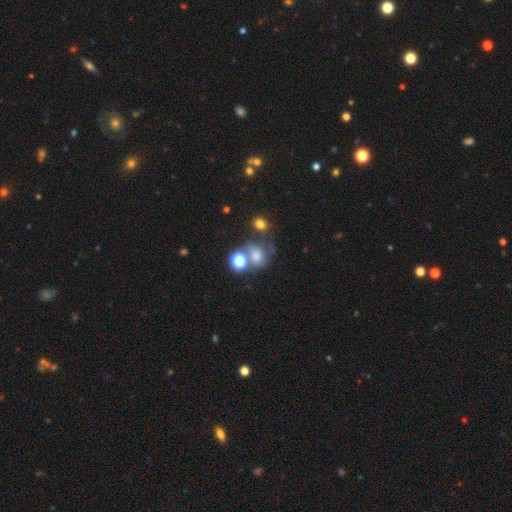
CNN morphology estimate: The model was most divided on "merging": none: 35%, merger: 30%, major disturbance: 19%, minor disturbance: 16%. More confident: how rounded — round (65%); smooth or featured — smooth (56%).